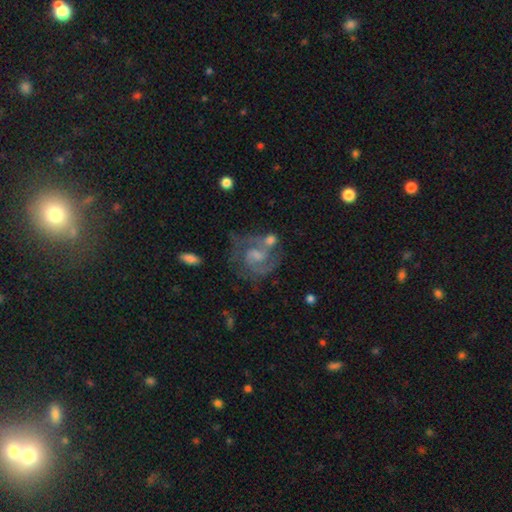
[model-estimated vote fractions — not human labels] Q: Smooth or featured?
A: featured or disk (81%); runner-up: smooth (12%)
Q: Edge-on disk?
A: no (98%); runner-up: yes (2%)
Q: Bar?
A: weak (51%); runner-up: no (38%)
Q: Spiral arms?
A: yes (94%); runner-up: no (6%)
Q: Spiral winding?
A: medium (55%); runner-up: tight (28%)
Q: Spiral arm count?
A: 2 (79%); runner-up: can't tell (9%)
Q: Bulge size?
A: small (44%); runner-up: moderate (30%)
Q: Merging?
A: none (51%); runner-up: minor disturbance (18%)